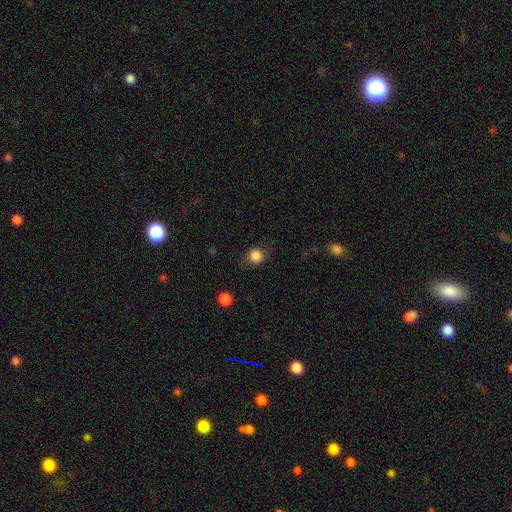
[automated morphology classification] Smooth or featured? Predicted: smooth (p=0.85). How rounded? Predicted: round (p=0.80). Merging? Predicted: none (p=0.75).